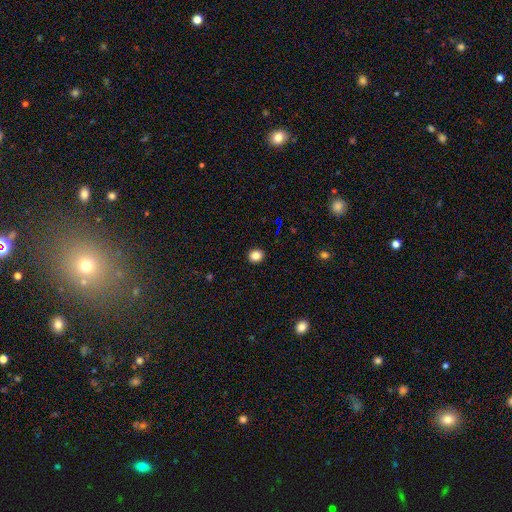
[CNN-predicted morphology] smooth 84%, star or artifact 12%, featured or disk 5%. Down the decision tree: how rounded — round (77%); merging — none (92%).